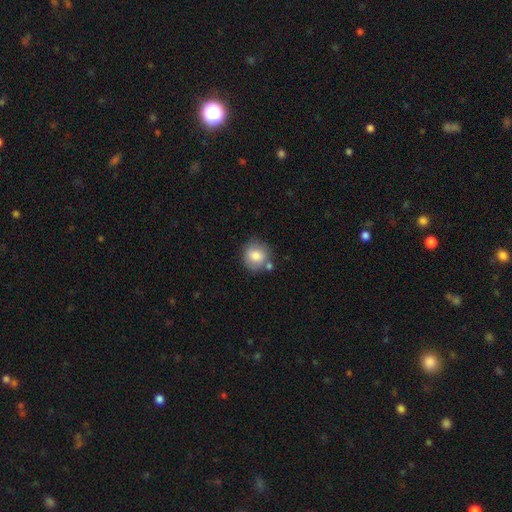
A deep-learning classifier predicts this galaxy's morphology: This is clearly a smooth galaxy (81%). How rounded: clearly round (84%). Merging: likely none (69%).